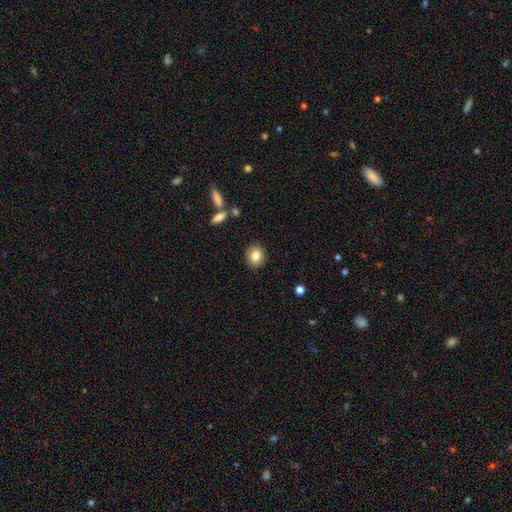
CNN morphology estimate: Smooth or featured? smooth (82%)
How rounded? round (81%)
Merging? none (89%)